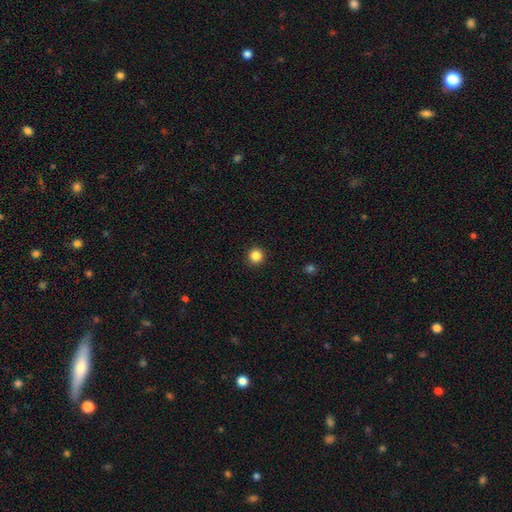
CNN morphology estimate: smooth-or-featured: smooth: 85% | star or artifact: 11% | featured or disk: 4%
  how-rounded: round: 95% | in between: 4% | cigar-shaped: 1%
  merging: none: 93% | minor disturbance: 4% | major disturbance: 2% | merger: 1%